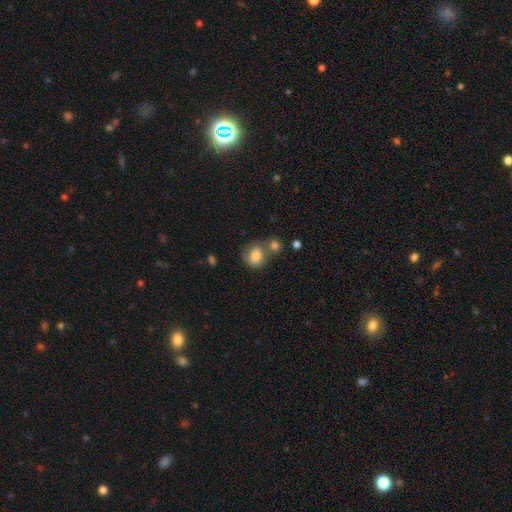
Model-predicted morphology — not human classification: A smooth galaxy with no disk features (80%) that is round (59%).

Vote fractions:
- Smooth or featured? smooth: 80% / featured or disk: 11% / star or artifact: 9%
- How rounded? round: 59% / in between: 40% / cigar-shaped: 1%
- Merging? none: 49% / merger: 32% / minor disturbance: 14% / major disturbance: 5%